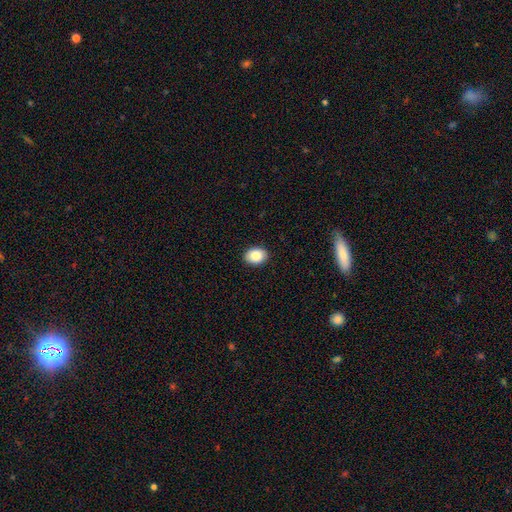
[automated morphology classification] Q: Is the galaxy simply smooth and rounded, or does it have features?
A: smooth — 88%.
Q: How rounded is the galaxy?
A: in between — 67%.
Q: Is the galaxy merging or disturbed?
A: none — 91%.